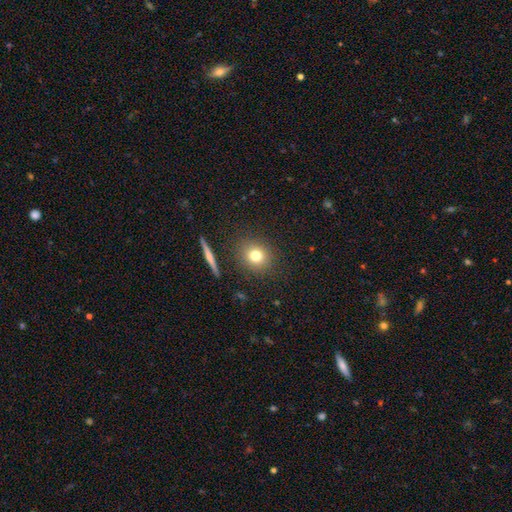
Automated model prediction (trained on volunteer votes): A smooth galaxy with no disk features (75%) that is round (84%). Merging: none (87%).